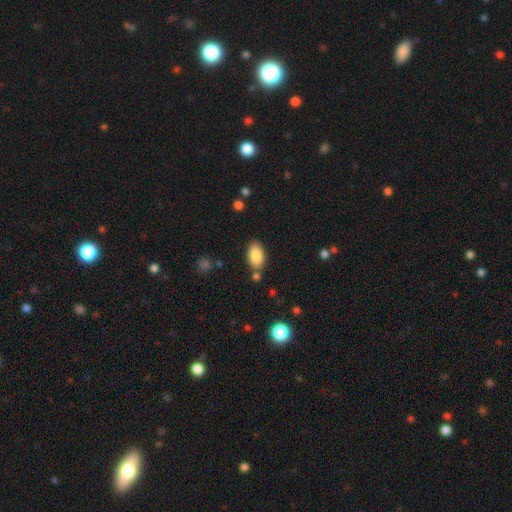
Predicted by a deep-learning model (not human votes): Smooth or featured? smooth (87%)
How rounded? in between (94%)
Merging? none (78%)